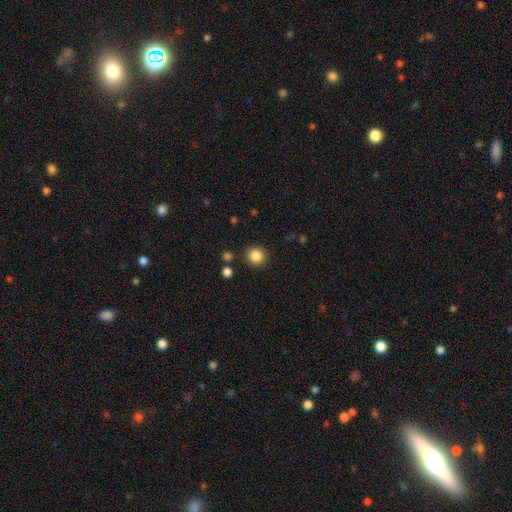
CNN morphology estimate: The model was most divided on "smooth or featured": smooth: 85%, star or artifact: 11%, featured or disk: 4%. More confident: how rounded — round (93%); merging — none (88%).